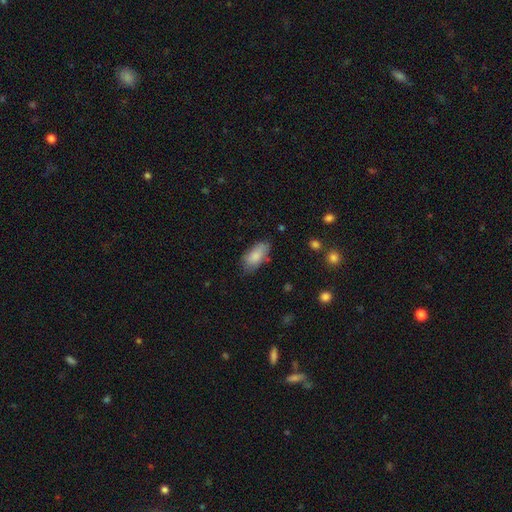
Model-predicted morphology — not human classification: A smooth galaxy with no disk features (84%) that is in between round and cigar-shaped (90%).

Vote fractions:
- Smooth or featured? smooth: 84% / featured or disk: 10% / star or artifact: 6%
- How rounded? in between: 90% / cigar-shaped: 7% / round: 2%
- Merging? none: 70% / minor disturbance: 23% / major disturbance: 5% / merger: 2%